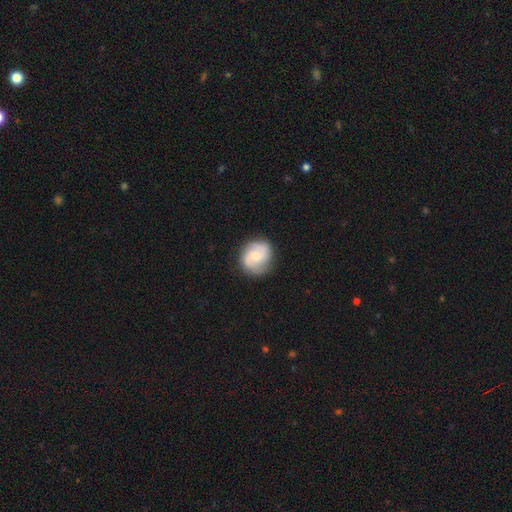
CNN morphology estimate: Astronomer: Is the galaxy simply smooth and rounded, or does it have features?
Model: featured or disk — 71%.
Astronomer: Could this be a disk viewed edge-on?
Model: no — 98%.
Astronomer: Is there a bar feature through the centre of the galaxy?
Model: no — 59% (runner-up: weak, 35%).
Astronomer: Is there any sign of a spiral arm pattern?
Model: yes — 95%.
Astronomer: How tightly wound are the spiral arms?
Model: medium — 47% (runner-up: tight, 36%).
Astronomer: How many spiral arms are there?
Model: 2 — 72%.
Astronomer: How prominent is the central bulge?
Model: moderate — 47% (runner-up: small, 46%).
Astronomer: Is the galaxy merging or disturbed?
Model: none — 83%.